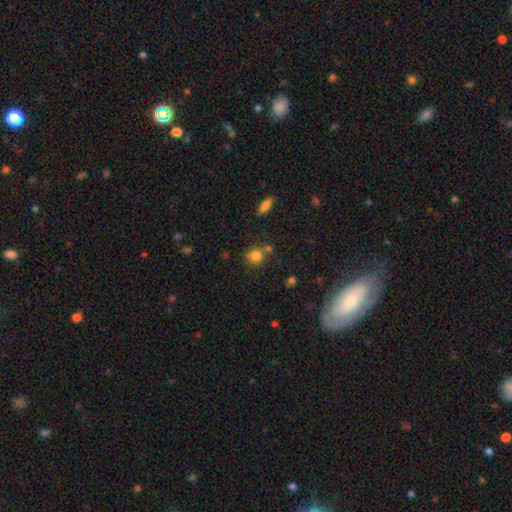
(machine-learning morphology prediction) type=smooth (80%); roundness=round (79%); merging=none (63%).